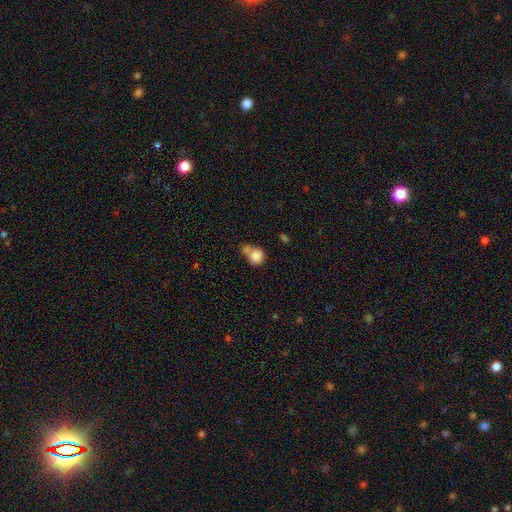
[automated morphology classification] Smooth or featured? Predicted: smooth (p=0.83). How rounded? Predicted: round (p=0.78). Merging? Predicted: merger (p=0.45).